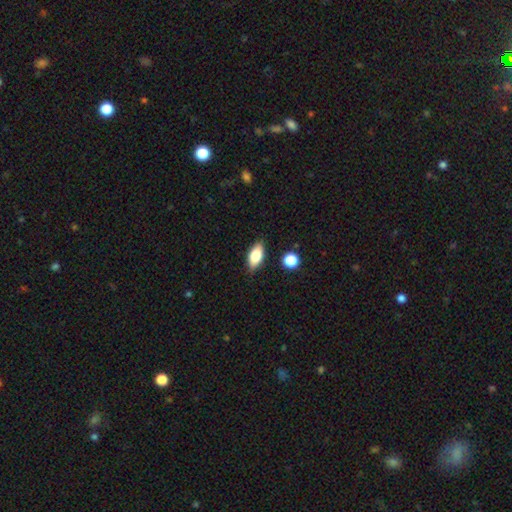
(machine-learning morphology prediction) The model was most divided on "smooth or featured": smooth: 78%, featured or disk: 15%, star or artifact: 8%. More confident: how rounded — in between (87%); merging — none (84%).